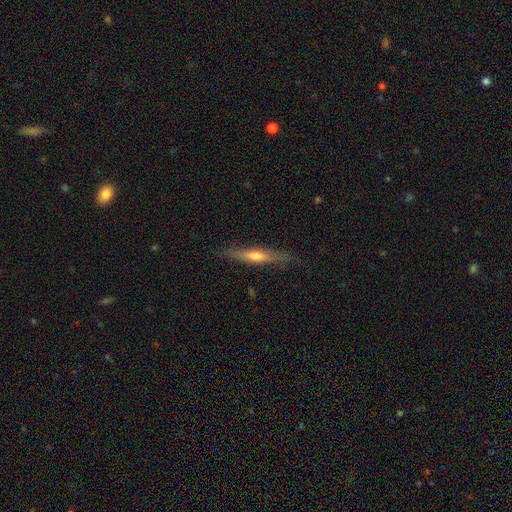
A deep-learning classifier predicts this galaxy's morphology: featured or disk 55%, smooth 39%, star or artifact 6%. Down the decision tree: edge-on disk — yes (94%); edge-on bulge — rounded (76%); merging — none (84%).